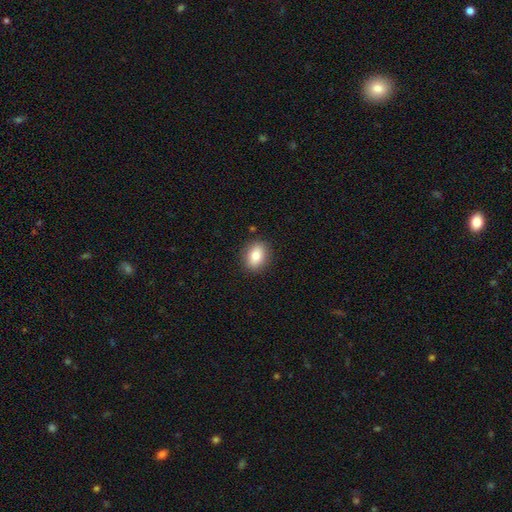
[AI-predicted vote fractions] Smooth or featured? Predicted: smooth (p=0.81). How rounded? Predicted: in between (p=0.66). Merging? Predicted: none (p=0.88).